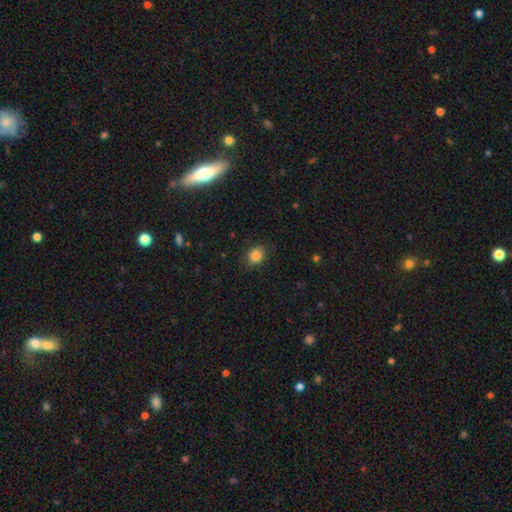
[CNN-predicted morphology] smooth 84%, star or artifact 11%, featured or disk 4%. Down the decision tree: how rounded — round (68%); merging — none (87%).